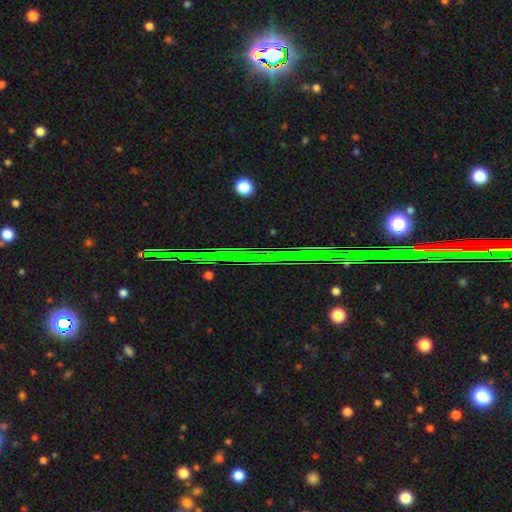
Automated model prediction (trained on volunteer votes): smooth-or-featured: star or artifact: 82% | featured or disk: 10% | smooth: 8%